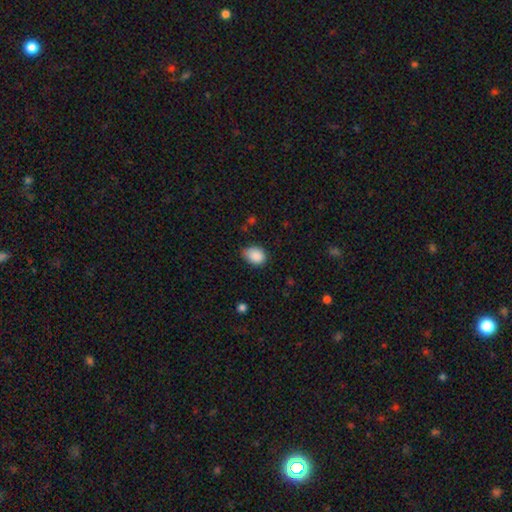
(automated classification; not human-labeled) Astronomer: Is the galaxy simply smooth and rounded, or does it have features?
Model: smooth — 88%.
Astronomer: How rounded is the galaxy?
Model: in between — 60% (runner-up: round, 39%).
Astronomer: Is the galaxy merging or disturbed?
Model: none — 64%.